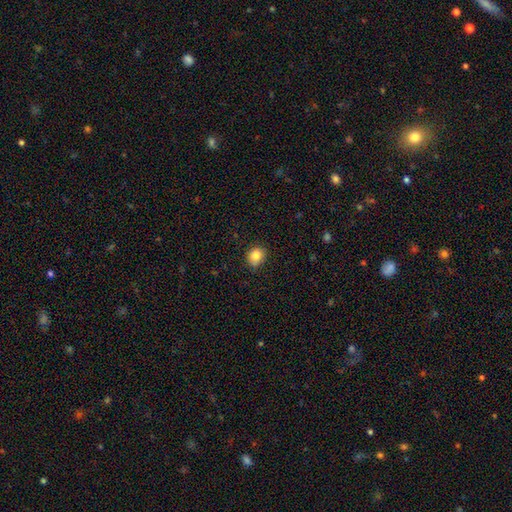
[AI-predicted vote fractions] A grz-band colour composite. It shows a smooth galaxy with no disk features (84%) that is round (69%). Merging: none (84%).